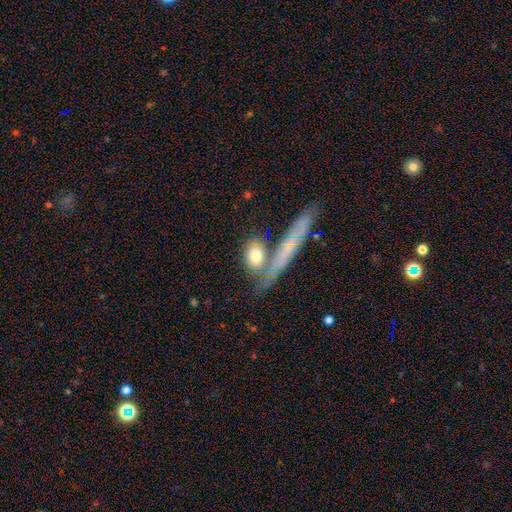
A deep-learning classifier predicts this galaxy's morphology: Overall: smooth (70%). How rounded: in between (59%; round 24%). Merging: none (55%; merger 22%).